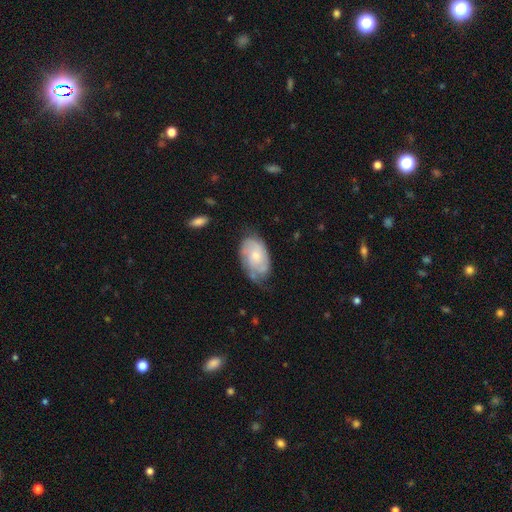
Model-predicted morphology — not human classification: Overall: featured or disk (53%; smooth 41%). Edge-on disk: no (95%). Bar: no (80%). Spiral arms: yes (79%). Bulge size: small (54%; moderate 38%). Merging: none (55%; minor disturbance 32%).